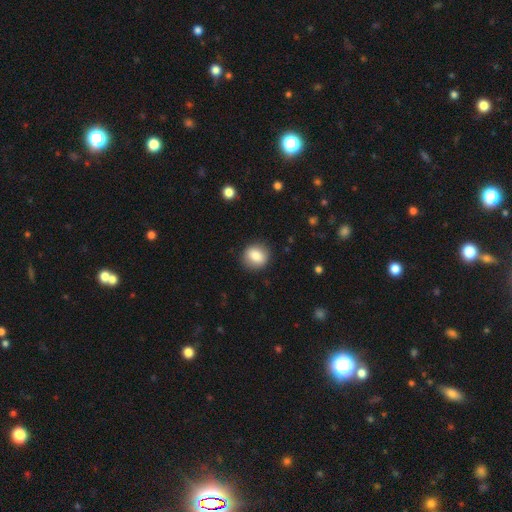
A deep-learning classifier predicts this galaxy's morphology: Q: Smooth or featured?
A: smooth (84%); runner-up: featured or disk (8%)
Q: How rounded?
A: round (80%); runner-up: in between (19%)
Q: Merging?
A: none (88%); runner-up: minor disturbance (8%)